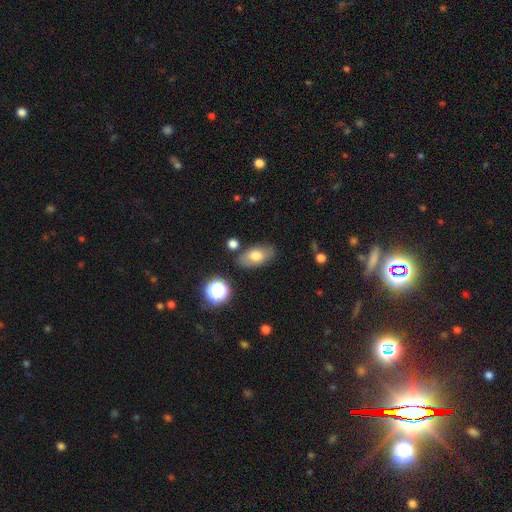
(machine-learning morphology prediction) smooth_or_featured: smooth (p=0.71) [alt: featured or disk p=0.20]
how_rounded: in between (p=0.89) [alt: round p=0.08]
merging: none (p=0.81) [alt: minor disturbance p=0.12]